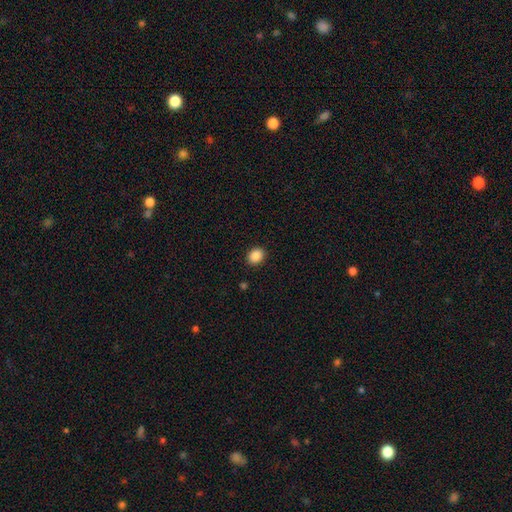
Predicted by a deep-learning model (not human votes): Overall: smooth (88%). How rounded: in between (52%; round 47%). Merging: none (90%).